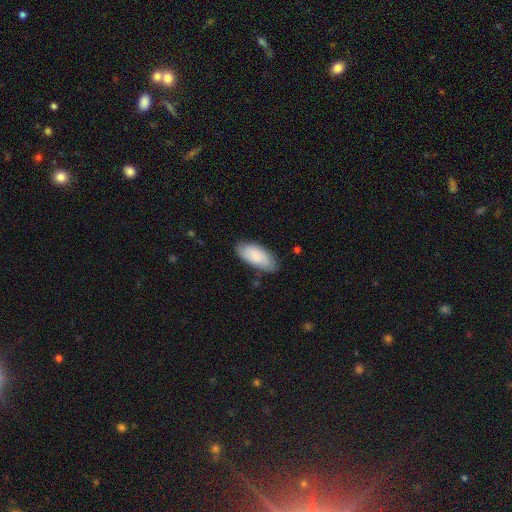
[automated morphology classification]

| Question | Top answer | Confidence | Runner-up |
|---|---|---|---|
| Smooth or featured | smooth | 83% | featured or disk (12%) |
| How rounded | in between | 88% | cigar-shaped (11%) |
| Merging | none | 78% | minor disturbance (17%) |